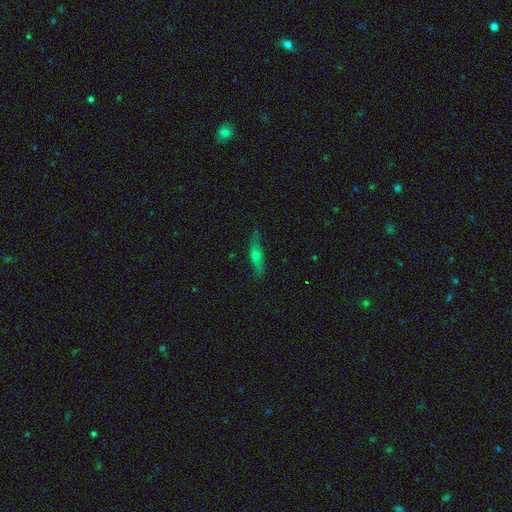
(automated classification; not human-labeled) The model was most divided on "smooth or featured": featured or disk: 51%, smooth: 41%, star or artifact: 8%. More confident: edge-on disk — yes (84%); merging — none (81%).